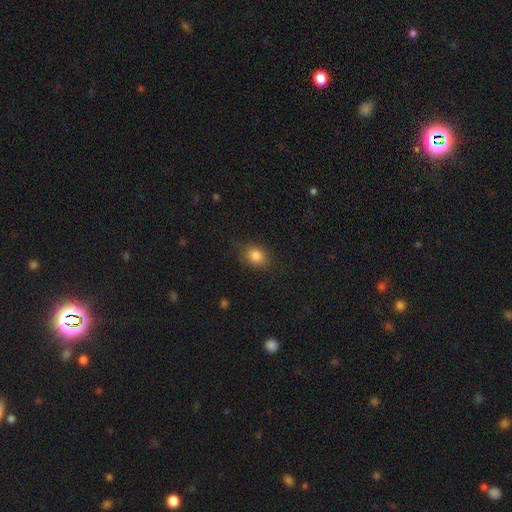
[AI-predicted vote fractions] smooth-or-featured: smooth: 84% | star or artifact: 10% | featured or disk: 6%
  how-rounded: in between: 51% | round: 48% | cigar-shaped: 1%
  merging: none: 75% | minor disturbance: 18% | major disturbance: 6% | merger: 1%